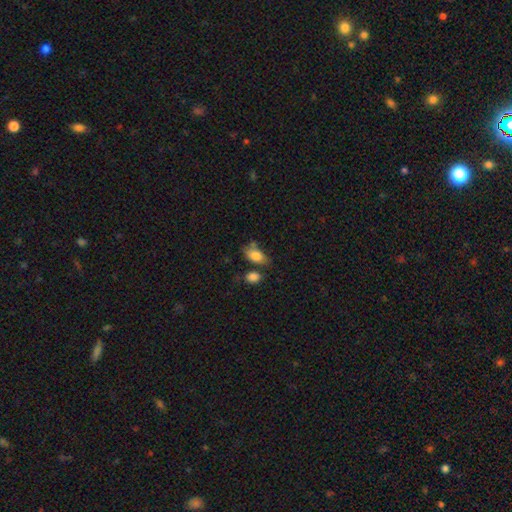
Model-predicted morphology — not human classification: Smooth or featured? Predicted: smooth (p=0.83). How rounded? Predicted: in between (p=0.89). Merging? Predicted: none (p=0.54).